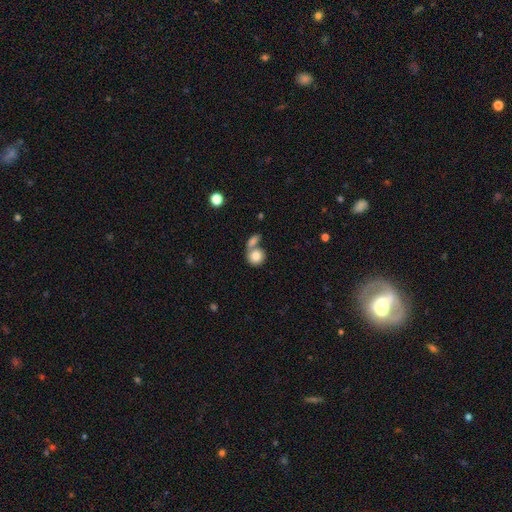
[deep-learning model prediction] A smooth galaxy with no disk features (81%) that is round (79%).

Vote fractions:
- Smooth or featured? smooth: 81% / featured or disk: 11% / star or artifact: 7%
- How rounded? round: 79% / in between: 20% / cigar-shaped: 1%
- Merging? merger: 50% / none: 35% / minor disturbance: 9% / major disturbance: 6%